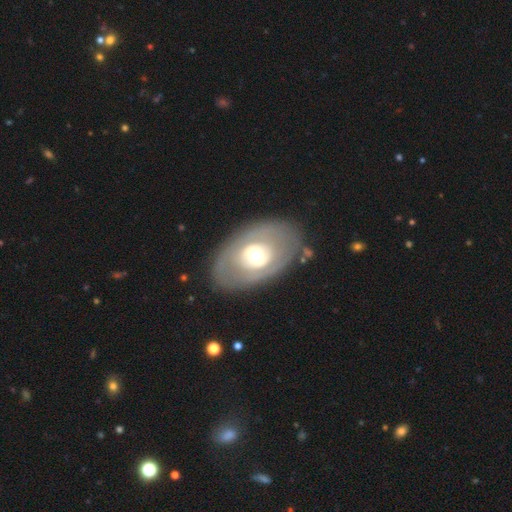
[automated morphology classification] smooth_or_featured: featured or disk (p=0.61) [alt: smooth p=0.34]
disk_edge_on: no (p=0.91) [alt: yes p=0.09]
bar: no (p=0.76) [alt: weak p=0.17]
has_spiral_arms: no (p=0.80) [alt: yes p=0.20]
bulge_size: moderate (p=0.62) [alt: large p=0.27]
merging: none (p=0.80) [alt: minor disturbance p=0.12]